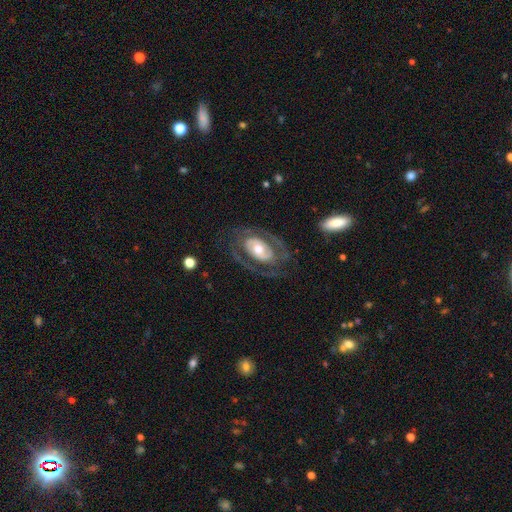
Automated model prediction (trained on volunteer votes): Morphology: type=featured or disk (79%); edge-on=no (95%); bar=no (57%); spiral arms=yes (72%); winding=medium (41%); arm count=2 (74%); bulge=moderate (67%); merging=none (69%).